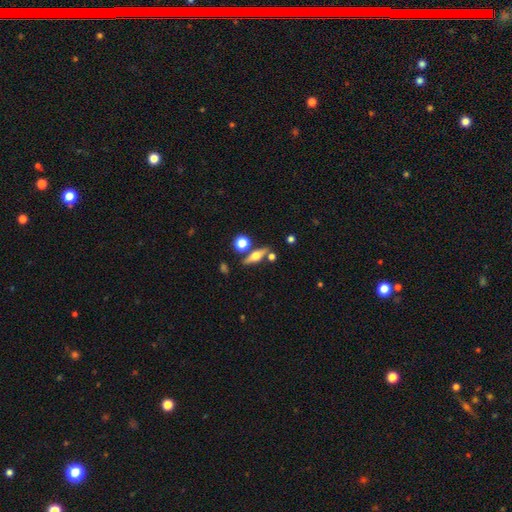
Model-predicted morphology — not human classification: Smooth or featured: featured or disk — 62% (smooth — 30%)
Edge-on disk: yes — 94% (no — 6%)
Edge-on bulge: rounded — 94% (boxy — 4%)
Merging: none — 79% (minor disturbance — 9%)